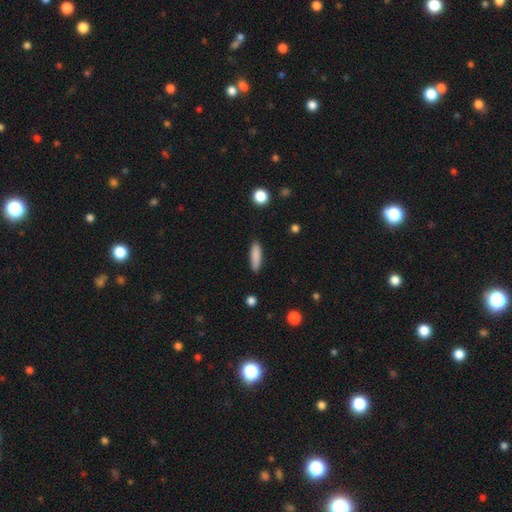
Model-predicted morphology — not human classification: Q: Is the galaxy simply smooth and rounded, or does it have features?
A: smooth — 86%.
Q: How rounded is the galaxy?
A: cigar-shaped — 66%.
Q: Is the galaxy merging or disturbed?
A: none — 87%.